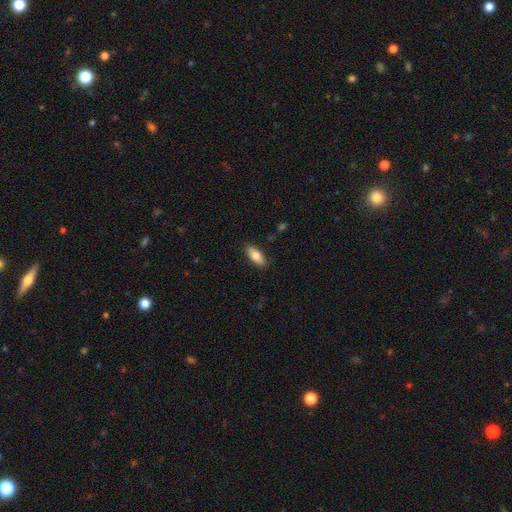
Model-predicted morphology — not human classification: Smooth or featured: smooth — 78% (featured or disk — 16%)
How rounded: in between — 85% (cigar-shaped — 13%)
Merging: none — 86% (minor disturbance — 10%)